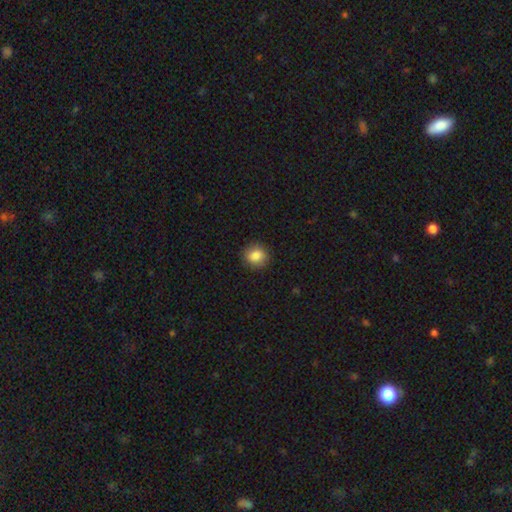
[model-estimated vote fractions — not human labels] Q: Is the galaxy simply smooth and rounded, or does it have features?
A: smooth — 85%.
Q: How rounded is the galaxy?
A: round — 81%.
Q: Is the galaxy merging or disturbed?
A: none — 89%.